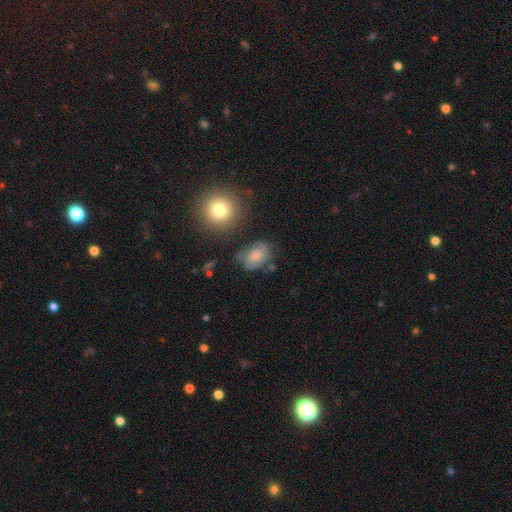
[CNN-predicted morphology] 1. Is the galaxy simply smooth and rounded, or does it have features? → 55% smooth, 35% featured or disk, 10% star or artifact.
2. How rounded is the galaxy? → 80% in between, 18% round, 1% cigar-shaped.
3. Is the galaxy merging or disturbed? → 58% none, 25% minor disturbance, 11% major disturbance, 6% merger.